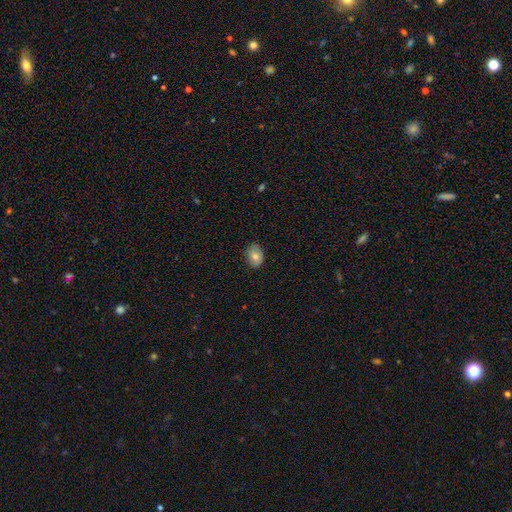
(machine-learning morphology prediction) A smooth galaxy with no disk features (76%) that is in between round and cigar-shaped (73%).

Vote fractions:
- Smooth or featured? smooth: 76% / featured or disk: 16% / star or artifact: 9%
- How rounded? in between: 73% / round: 26% / cigar-shaped: 1%
- Merging? none: 83% / minor disturbance: 13% / major disturbance: 2% / merger: 1%